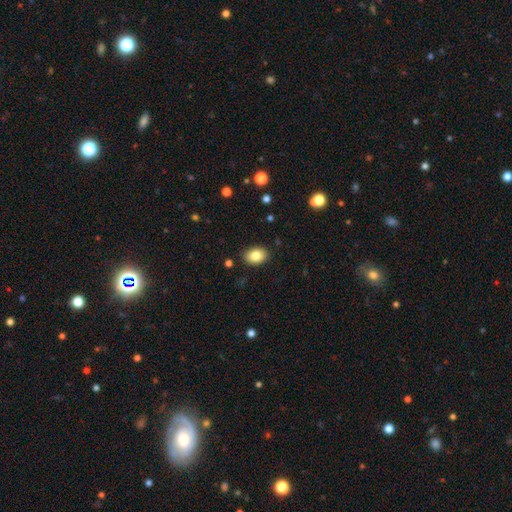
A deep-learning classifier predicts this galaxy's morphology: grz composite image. It shows a smooth galaxy with no disk features (84%) that is in between round and cigar-shaped (78%). Merging: none (88%).